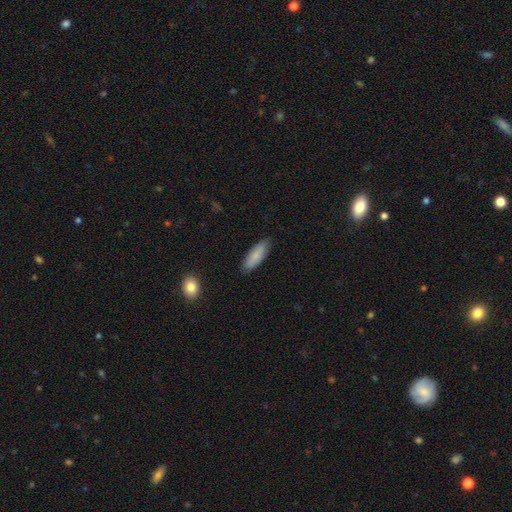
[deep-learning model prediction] Smooth or featured?
  - smooth: 83% *
  - featured or disk: 11%
  - star or artifact: 6%
How rounded?
  - in between: 60% *
  - cigar-shaped: 38%
  - round: 2%
Merging?
  - none: 86% *
  - minor disturbance: 11%
  - major disturbance: 2%
  - merger: 1%